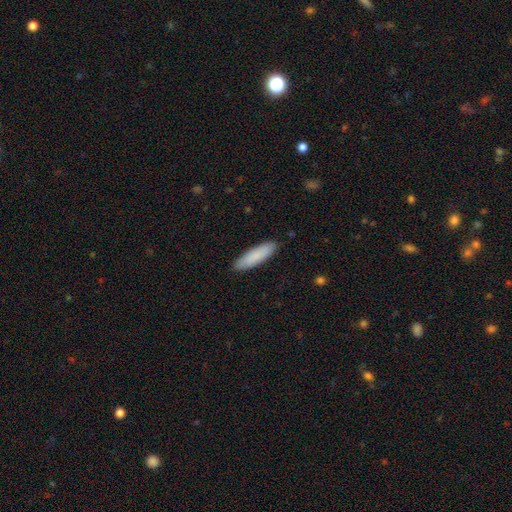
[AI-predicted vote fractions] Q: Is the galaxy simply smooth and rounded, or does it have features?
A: smooth — 87%.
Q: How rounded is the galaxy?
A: cigar-shaped — 66%.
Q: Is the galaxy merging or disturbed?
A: none — 90%.